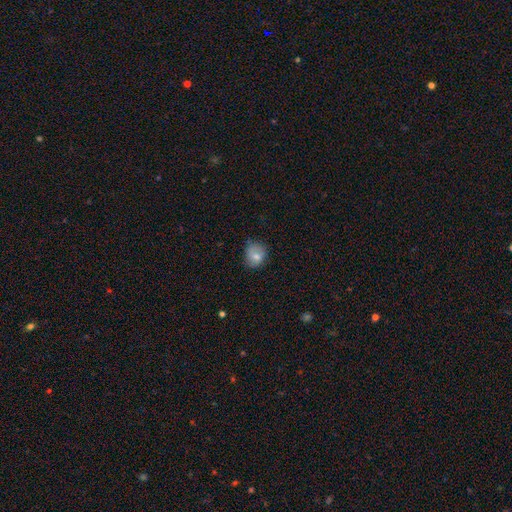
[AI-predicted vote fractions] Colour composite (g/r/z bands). It shows a smooth galaxy with no disk features (73%) that is round (60%). Merging: none (63%).